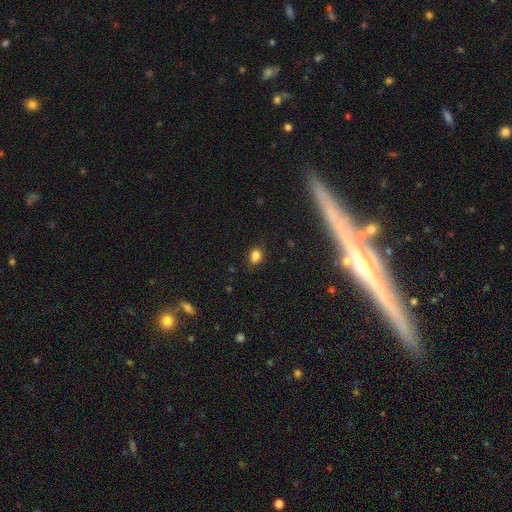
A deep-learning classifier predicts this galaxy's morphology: Smooth or featured: smooth — 82% (star or artifact — 13%)
How rounded: in between — 58% (round — 40%)
Merging: none — 76% (minor disturbance — 18%)